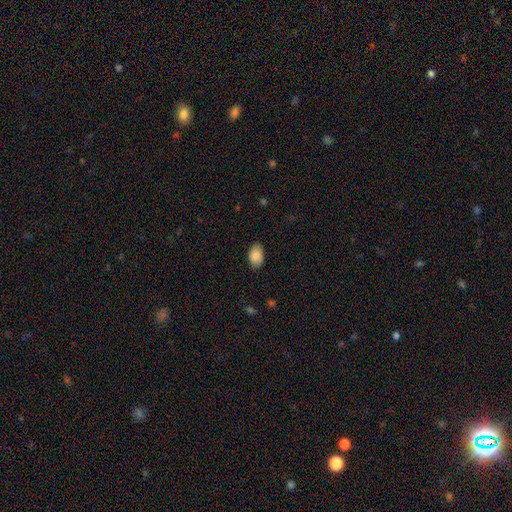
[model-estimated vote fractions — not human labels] Morphology: type=smooth (88%); roundness=in between (89%); merging=none (82%).